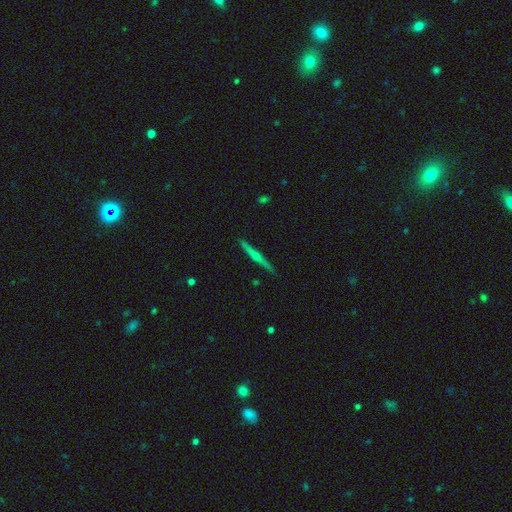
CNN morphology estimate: featured or disk 64%, smooth 29%, star or artifact 7%. Down the decision tree: edge-on disk — yes (98%); edge-on bulge — rounded (74%); merging — none (90%).